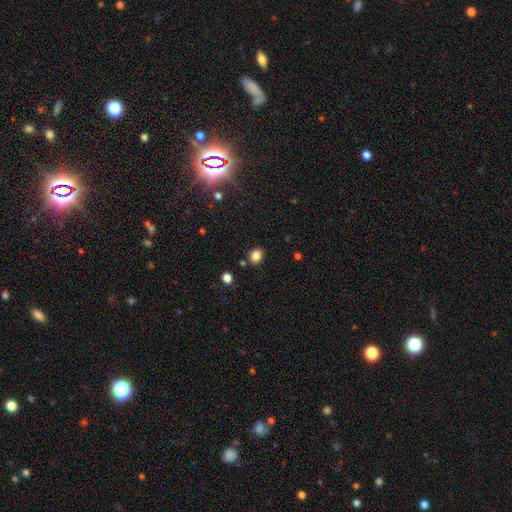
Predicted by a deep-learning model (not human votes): This appears to be a smooth galaxy with no disk features (84%) that is round (60%). Merging: none (85%).